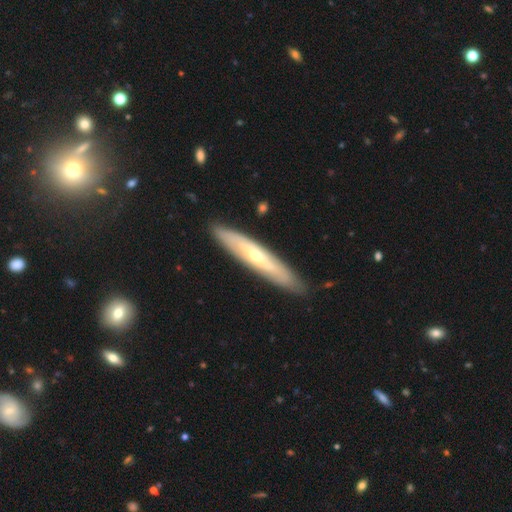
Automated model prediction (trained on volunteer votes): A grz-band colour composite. It shows a featured or disk galaxy (62%) viewed edge-on (65%). Merging: none (88%).